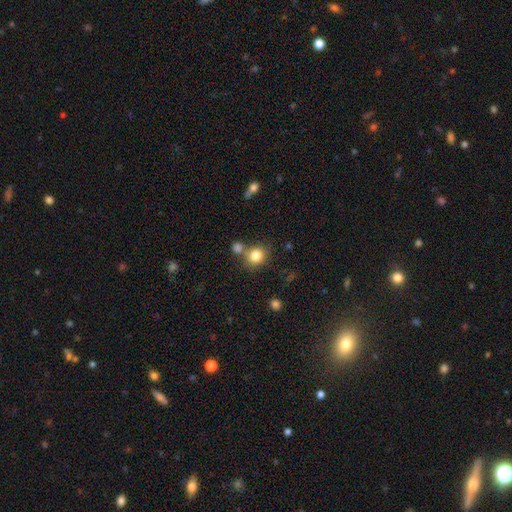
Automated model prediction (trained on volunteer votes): Smooth or featured: smooth — 82% (star or artifact — 11%)
How rounded: round — 78% (in between — 21%)
Merging: none — 64% (merger — 20%)